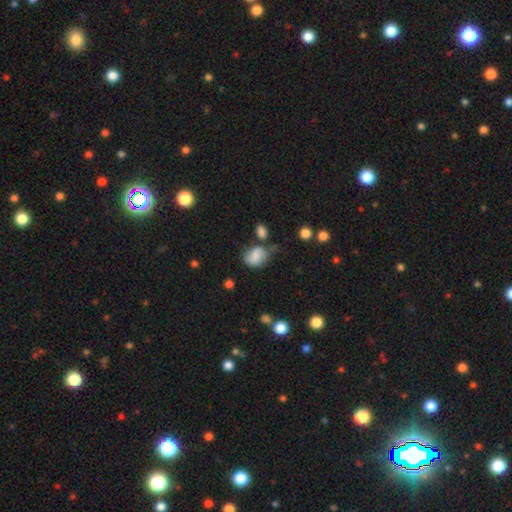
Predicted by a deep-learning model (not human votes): Smooth or featured? Predicted: smooth (p=0.65). How rounded? Predicted: in between (p=0.53). Merging? Predicted: none (p=0.47).